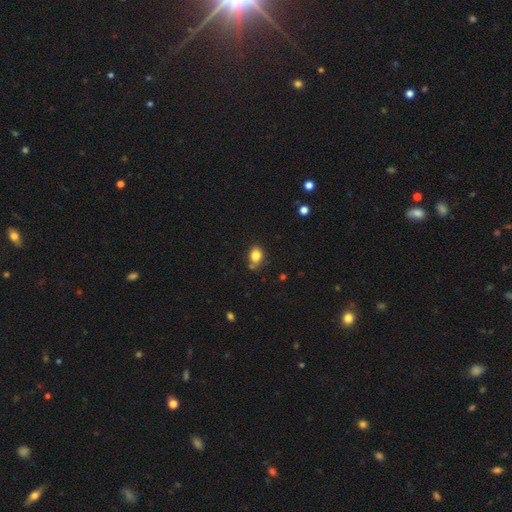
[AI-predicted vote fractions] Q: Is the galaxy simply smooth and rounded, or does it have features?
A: smooth — 82%.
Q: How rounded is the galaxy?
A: round — 54%.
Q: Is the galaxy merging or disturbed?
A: none — 68%.